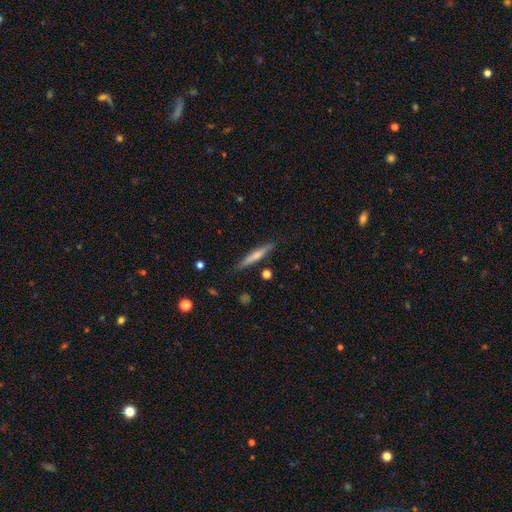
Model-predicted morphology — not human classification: smooth-or-featured: smooth: 54% | featured or disk: 40% | star or artifact: 6%
  how-rounded: cigar-shaped: 93% | in between: 5% | round: 2%
  merging: none: 85% | minor disturbance: 10% | merger: 2% | major disturbance: 2%